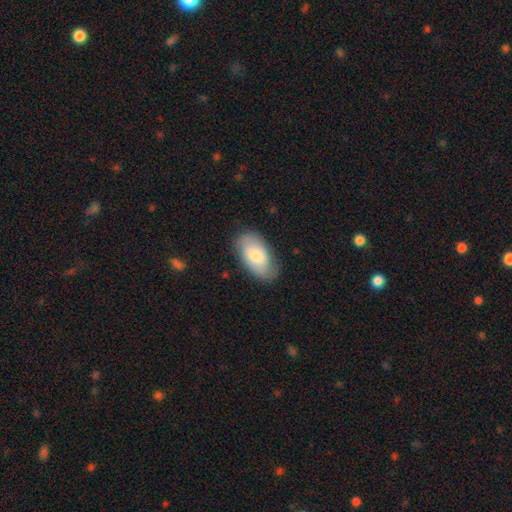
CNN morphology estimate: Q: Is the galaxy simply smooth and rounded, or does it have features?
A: smooth — 73%.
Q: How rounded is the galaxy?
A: in between — 95%.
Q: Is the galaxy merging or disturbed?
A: none — 78%.